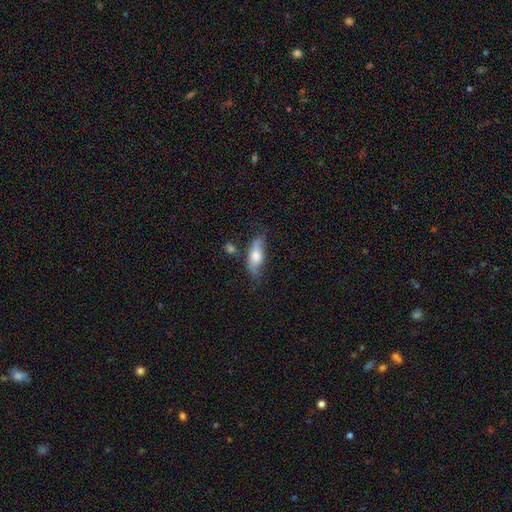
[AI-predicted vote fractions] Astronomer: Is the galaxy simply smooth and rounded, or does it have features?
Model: smooth — 62%.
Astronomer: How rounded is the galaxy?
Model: in between — 61%.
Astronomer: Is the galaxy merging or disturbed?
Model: none — 60%.